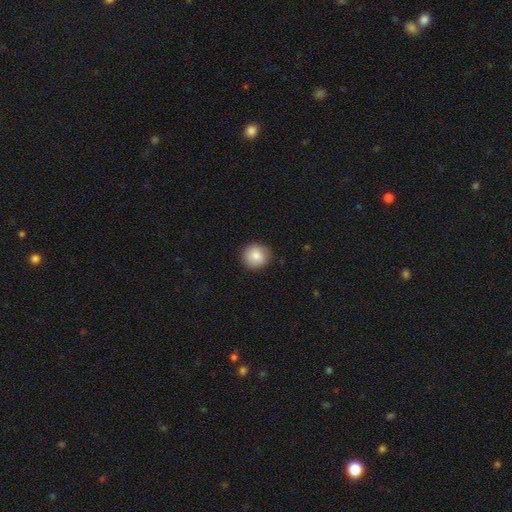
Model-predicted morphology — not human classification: Smooth or featured?
  - smooth: 84% *
  - featured or disk: 8%
  - star or artifact: 8%
How rounded?
  - round: 90% *
  - in between: 9%
  - cigar-shaped: 1%
Merging?
  - none: 87% *
  - minor disturbance: 10%
  - major disturbance: 2%
  - merger: 1%